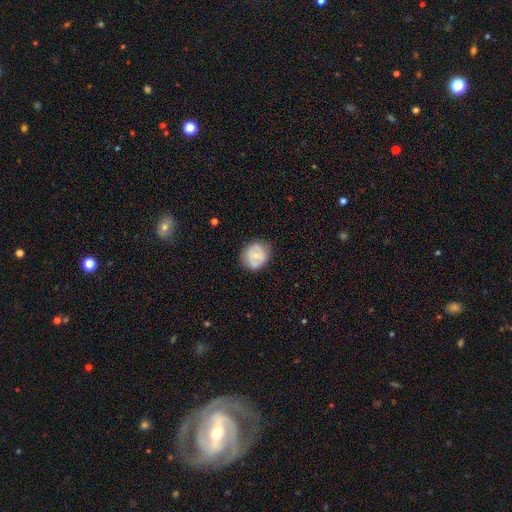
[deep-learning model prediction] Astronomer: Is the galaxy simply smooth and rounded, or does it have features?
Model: smooth — 61%.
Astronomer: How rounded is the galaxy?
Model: round — 77%.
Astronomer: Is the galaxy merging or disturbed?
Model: none — 76%.